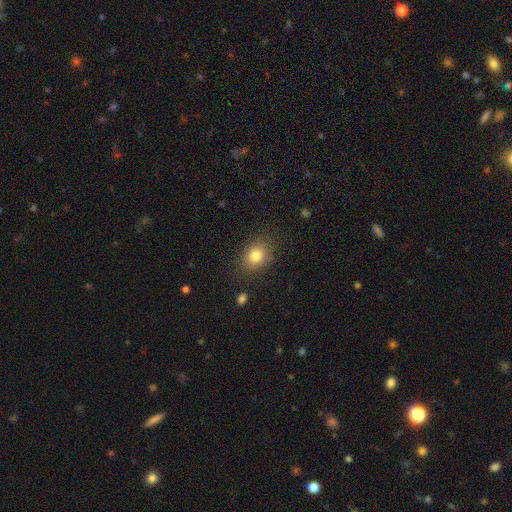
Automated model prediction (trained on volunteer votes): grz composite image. It shows a smooth galaxy with no disk features (81%) that is round (52%). Merging: none (82%).